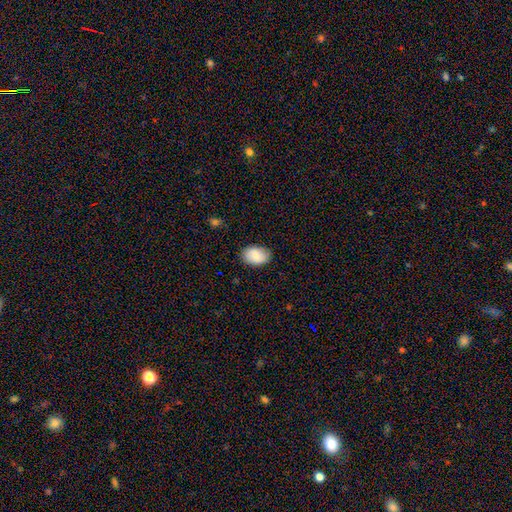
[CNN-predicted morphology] The model was most divided on "merging": none: 82%, minor disturbance: 14%, major disturbance: 3%, merger: 1%. More confident: how rounded — in between (85%); smooth or featured — smooth (81%).